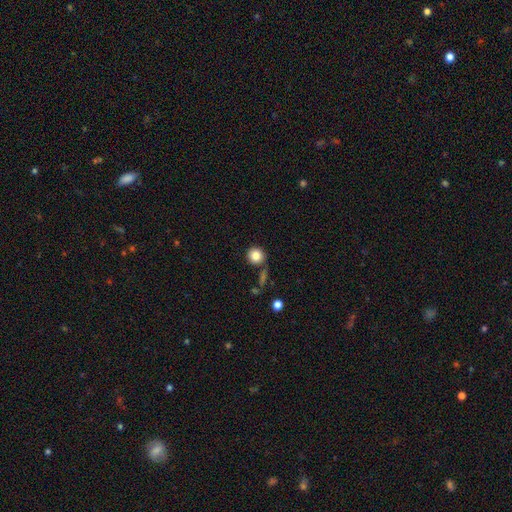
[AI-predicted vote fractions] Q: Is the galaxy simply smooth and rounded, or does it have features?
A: smooth — 83%.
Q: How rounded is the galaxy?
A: round — 91%.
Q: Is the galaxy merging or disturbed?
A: none — 77%.